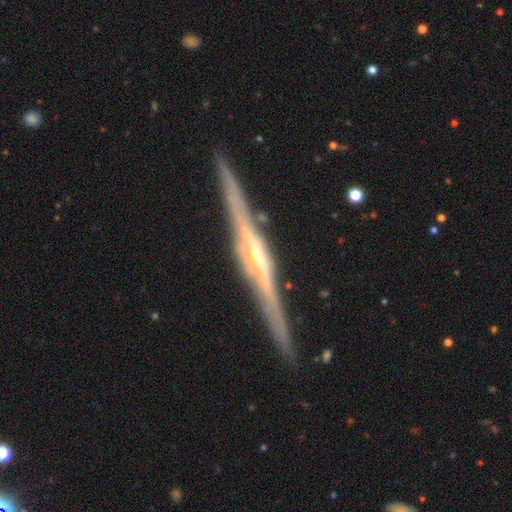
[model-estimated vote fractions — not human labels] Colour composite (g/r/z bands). It shows a featured or disk galaxy (89%) viewed edge-on (98%) with a rounded central bulge (62%). Merging: none (91%).